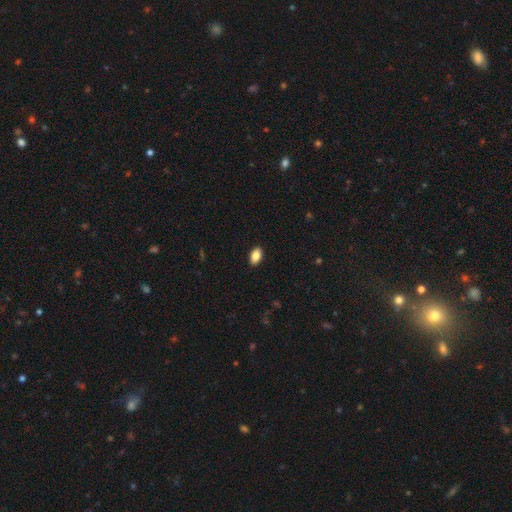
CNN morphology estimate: smooth_or_featured: smooth (p=0.86) [alt: star or artifact p=0.08]
how_rounded: in between (p=0.91) [alt: round p=0.07]
merging: none (p=0.90) [alt: minor disturbance p=0.08]